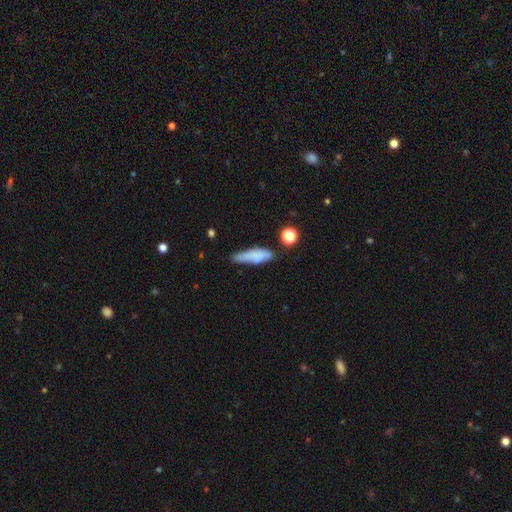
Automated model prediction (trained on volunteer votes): Smooth or featured? Predicted: smooth (p=0.69). How rounded? Predicted: cigar-shaped (p=0.58). Merging? Predicted: none (p=0.54).